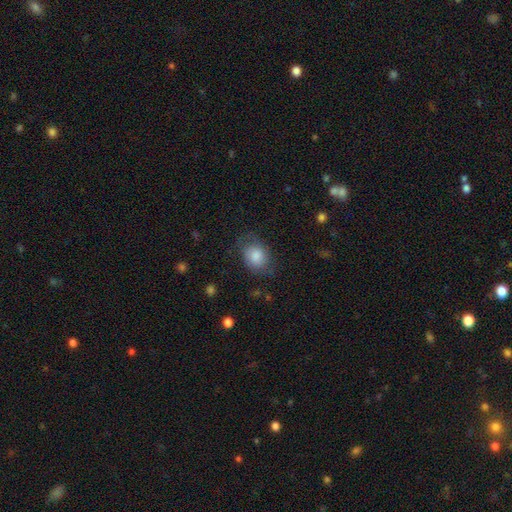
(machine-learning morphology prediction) The model was most divided on "how rounded": in between: 54%, round: 45%, cigar-shaped: 1%. More confident: smooth or featured — smooth (71%); merging — none (64%).